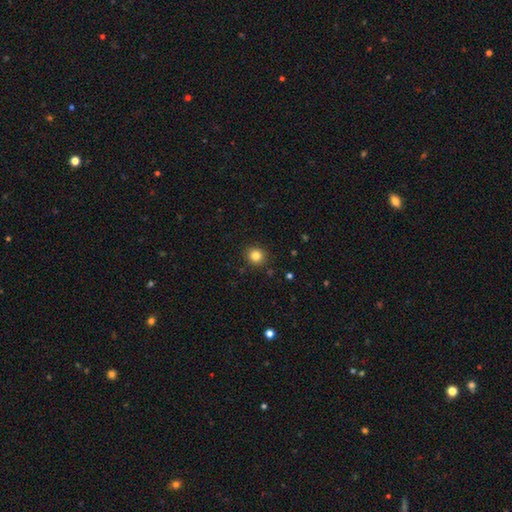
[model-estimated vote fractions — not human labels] Morphology: type=smooth (83%); roundness=round (89%); merging=none (91%).